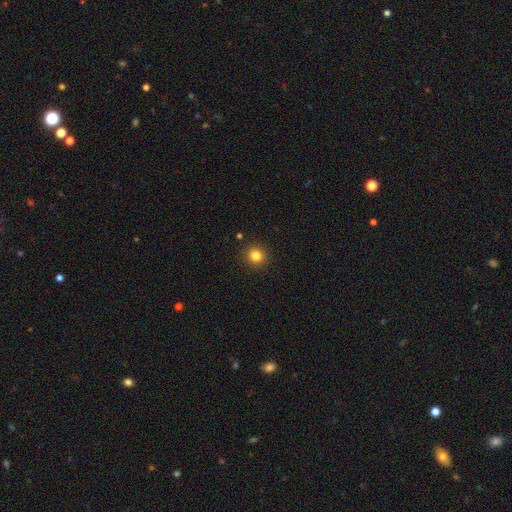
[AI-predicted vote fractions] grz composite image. It shows a smooth galaxy with no disk features (82%) that is round (90%). Merging: none (92%).